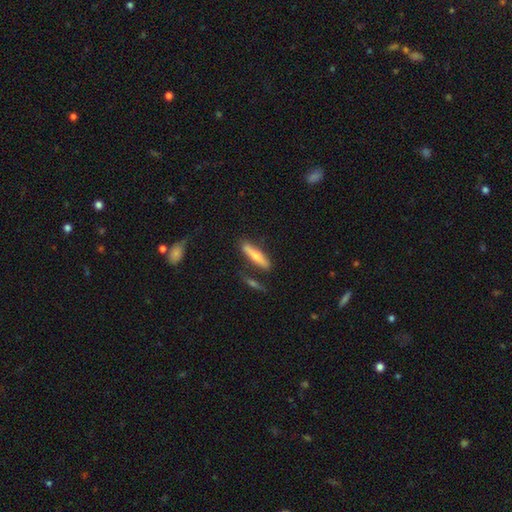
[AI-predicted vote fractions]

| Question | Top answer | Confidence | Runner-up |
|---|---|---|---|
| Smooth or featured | smooth | 57% | featured or disk (37%) |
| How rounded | cigar-shaped | 81% | in between (17%) |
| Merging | none | 74% | minor disturbance (14%) |